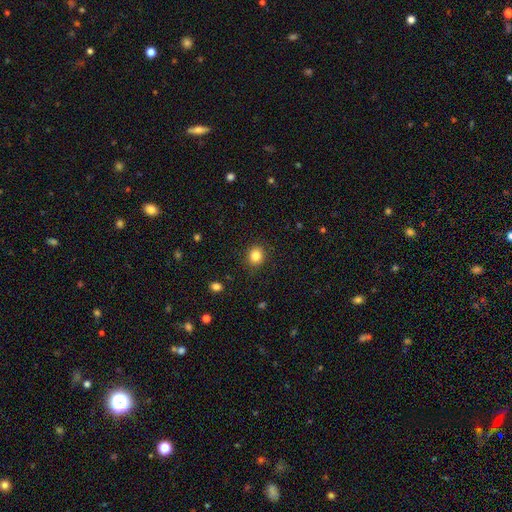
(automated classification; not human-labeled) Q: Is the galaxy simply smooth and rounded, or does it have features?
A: smooth — 84%.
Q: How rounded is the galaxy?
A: round — 75%.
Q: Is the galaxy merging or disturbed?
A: none — 89%.